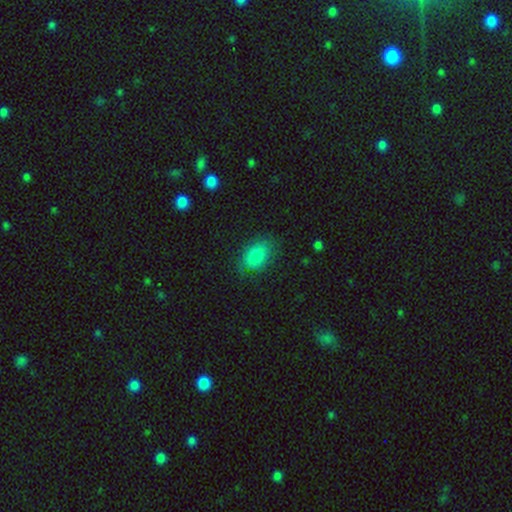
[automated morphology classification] Smooth or featured? Predicted: smooth (p=0.84). How rounded? Predicted: in between (p=0.86). Merging? Predicted: none (p=0.72).